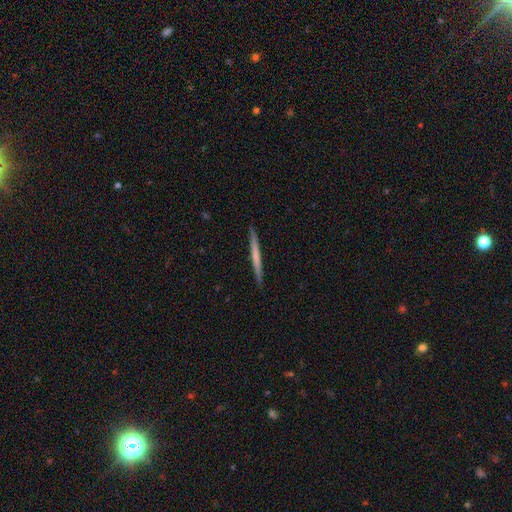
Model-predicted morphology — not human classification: Q: Smooth or featured?
A: smooth (50%); runner-up: featured or disk (44%)
Q: How rounded?
A: cigar-shaped (97%); runner-up: in between (2%)
Q: Merging?
A: none (92%); runner-up: minor disturbance (6%)